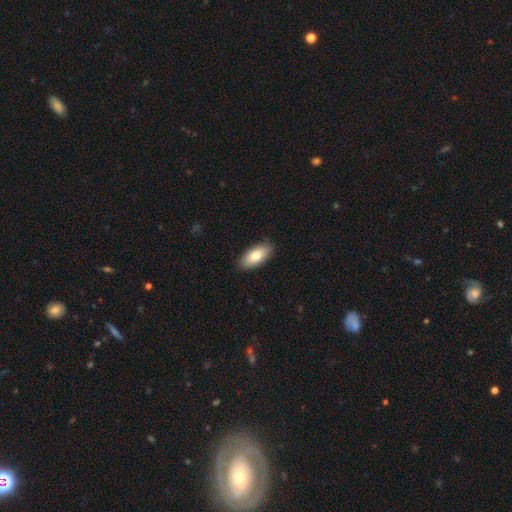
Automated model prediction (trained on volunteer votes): smooth-or-featured: smooth: 78% | featured or disk: 16% | star or artifact: 6%
  how-rounded: in between: 89% | cigar-shaped: 9% | round: 3%
  merging: none: 89% | minor disturbance: 8% | major disturbance: 2% | merger: 1%